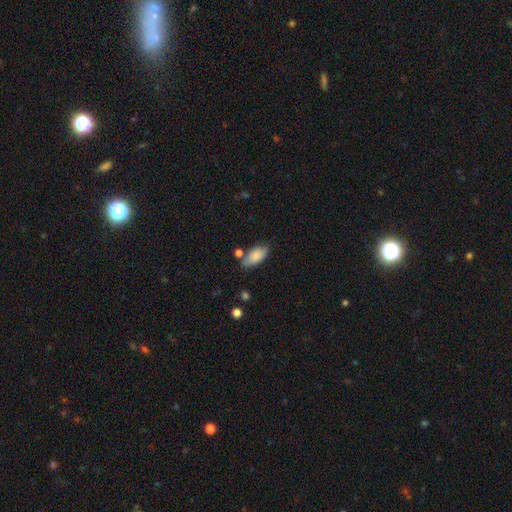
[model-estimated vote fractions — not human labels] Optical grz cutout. It shows a smooth galaxy with no disk features (84%) that is in between round and cigar-shaped (90%). Merging: none (66%).